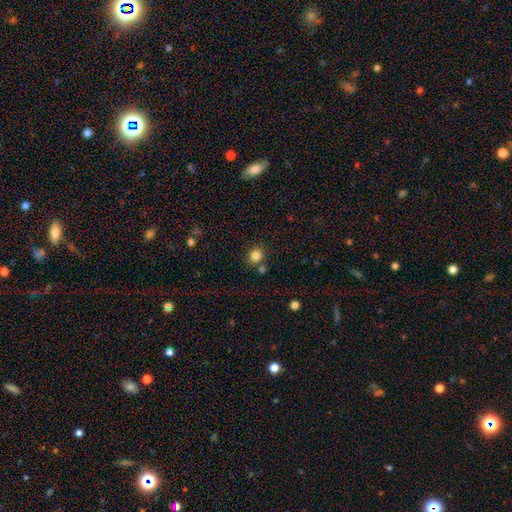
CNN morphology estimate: This is clearly a smooth galaxy (84%). How rounded: clearly round (87%). Merging: likely none (78%).